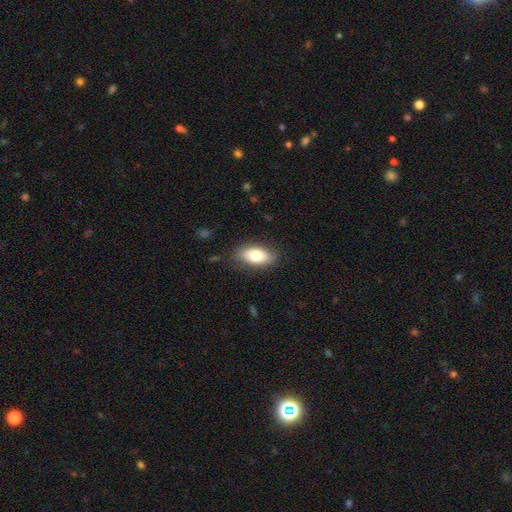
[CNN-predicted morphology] Overall: smooth (78%). How rounded: in between (89%). Merging: none (83%).